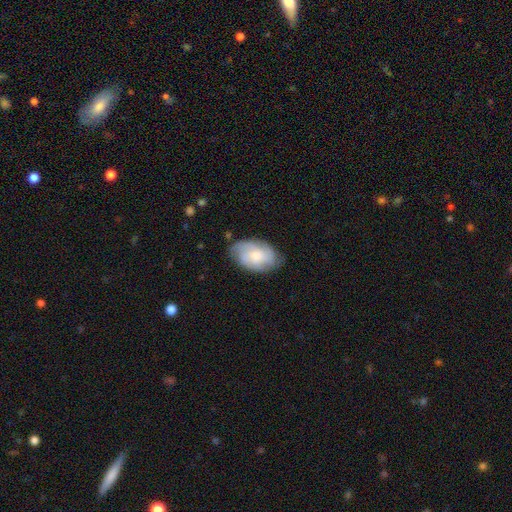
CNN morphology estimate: featured or disk 56%, smooth 38%, star or artifact 6%. Down the decision tree: edge-on disk — no (96%); bar — no (74%); spiral arms — yes (88%); bulge size — moderate (50%); merging — none (72%).